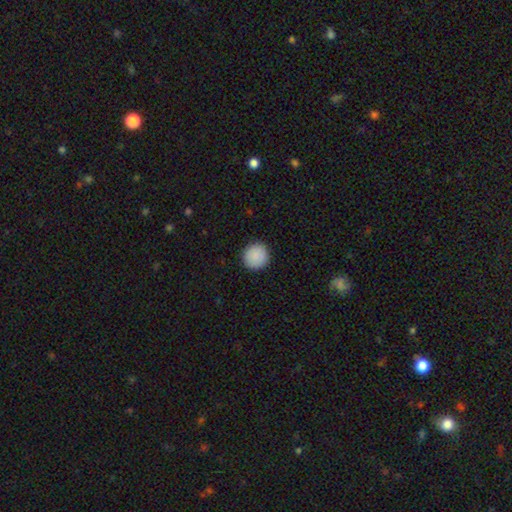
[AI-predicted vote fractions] smooth-or-featured: smooth: 90% | star or artifact: 7% | featured or disk: 3%
  how-rounded: round: 95% | in between: 4% | cigar-shaped: 1%
  merging: none: 92% | minor disturbance: 5% | major disturbance: 2% | merger: 1%